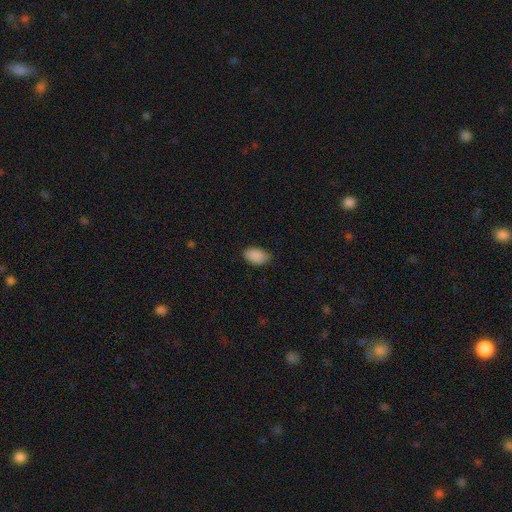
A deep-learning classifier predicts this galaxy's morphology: Smooth or featured?
  - smooth: 90% *
  - star or artifact: 7%
  - featured or disk: 3%
How rounded?
  - in between: 92% *
  - round: 7%
  - cigar-shaped: 1%
Merging?
  - none: 83% *
  - minor disturbance: 13%
  - major disturbance: 3%
  - merger: 1%